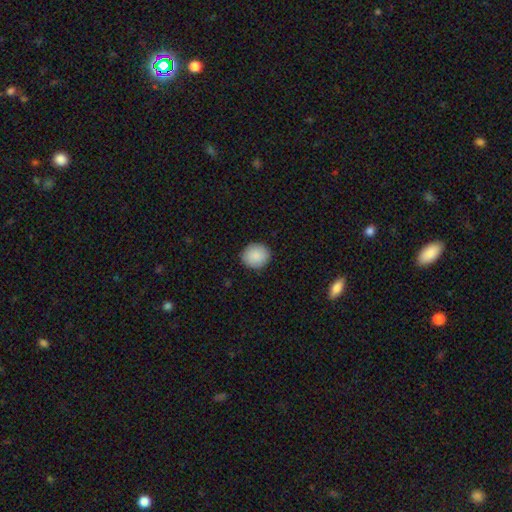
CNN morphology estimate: A smooth galaxy with no disk features (89%) that is round (87%). Merging: none (91%).